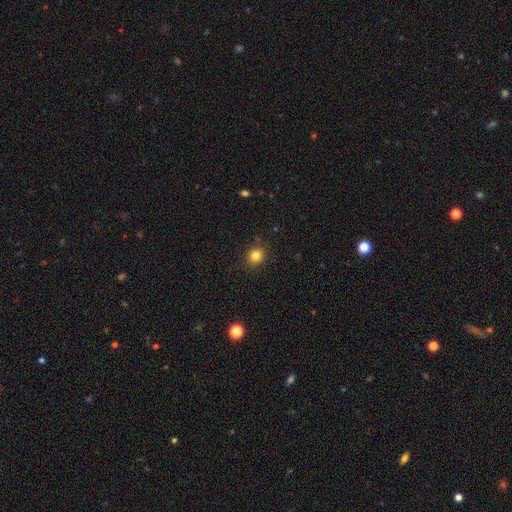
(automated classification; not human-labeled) smooth-or-featured: smooth: 81% | star or artifact: 13% | featured or disk: 6%
  how-rounded: round: 82% | in between: 17% | cigar-shaped: 1%
  merging: none: 88% | minor disturbance: 8% | major disturbance: 2% | merger: 2%